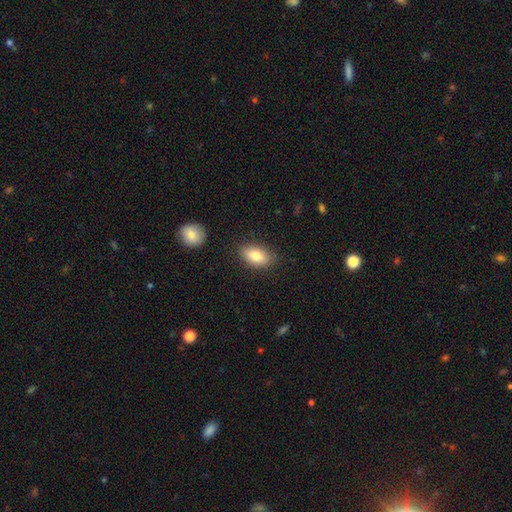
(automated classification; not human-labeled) smooth 81%, featured or disk 11%, star or artifact 7%. Down the decision tree: how rounded — in between (91%); merging — none (82%).